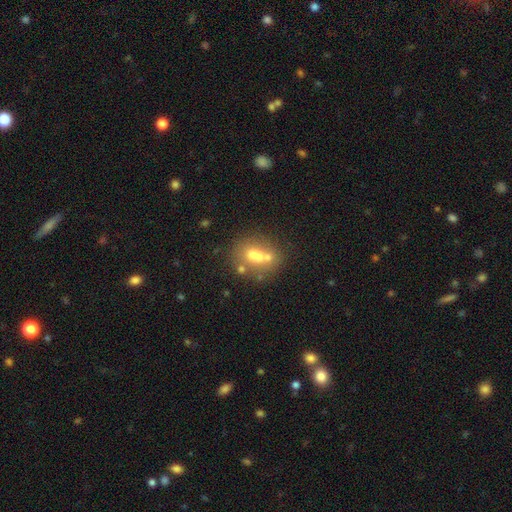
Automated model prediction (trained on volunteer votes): Smooth or featured? smooth (53%)
How rounded? round (62%)
Merging? merger (49%)